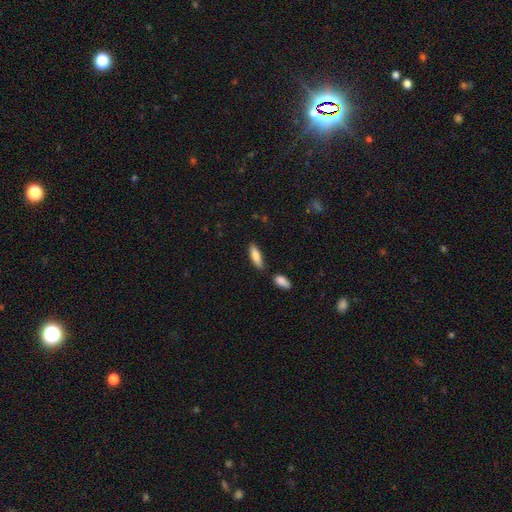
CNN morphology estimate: The model was most divided on "how rounded": in between: 50%, cigar-shaped: 48%, round: 2%. More confident: smooth or featured — smooth (83%); merging — none (76%).